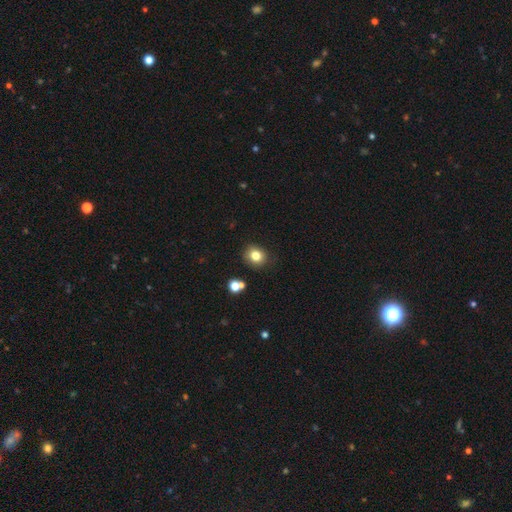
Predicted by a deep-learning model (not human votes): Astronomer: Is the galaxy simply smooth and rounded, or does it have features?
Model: smooth — 80%.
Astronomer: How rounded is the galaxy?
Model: round — 74%.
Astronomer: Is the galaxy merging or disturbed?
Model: none — 83%.